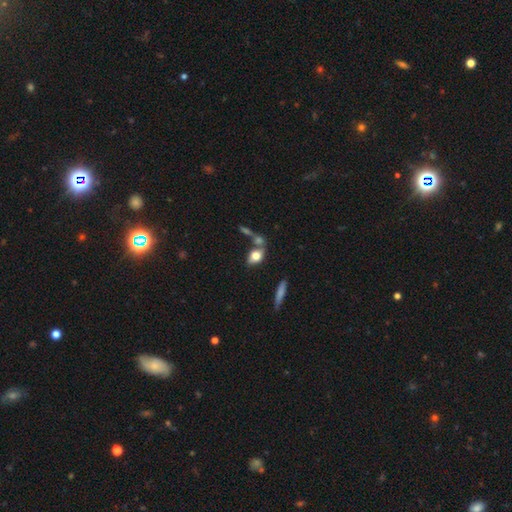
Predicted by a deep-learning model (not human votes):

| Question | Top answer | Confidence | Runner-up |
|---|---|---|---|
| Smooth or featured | smooth | 74% | featured or disk (17%) |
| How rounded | in between | 74% | round (18%) |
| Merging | none | 47% | merger (34%) |